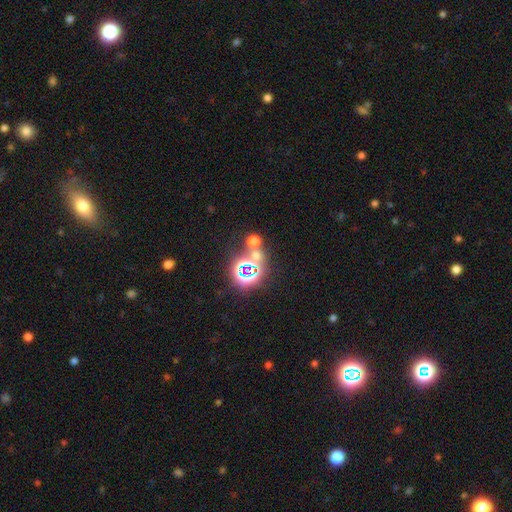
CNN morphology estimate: type=star or artifact (49%).